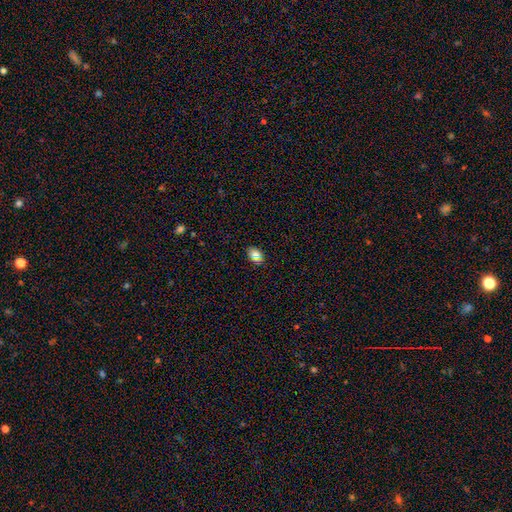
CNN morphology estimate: The model was most divided on "how rounded": in between: 84%, round: 15%, cigar-shaped: 1%. More confident: merging — none (86%); smooth or featured — smooth (82%).